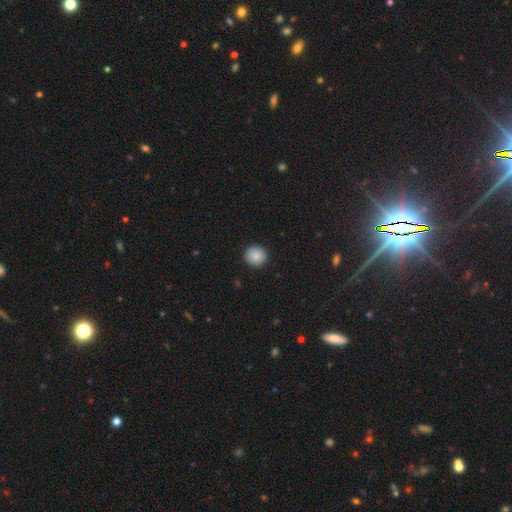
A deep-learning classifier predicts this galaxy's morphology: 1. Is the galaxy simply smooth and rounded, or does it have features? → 88% smooth, 8% star or artifact, 4% featured or disk.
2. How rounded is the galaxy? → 89% round, 10% in between, 1% cigar-shaped.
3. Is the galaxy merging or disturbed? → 92% none, 6% minor disturbance, 2% major disturbance, 1% merger.